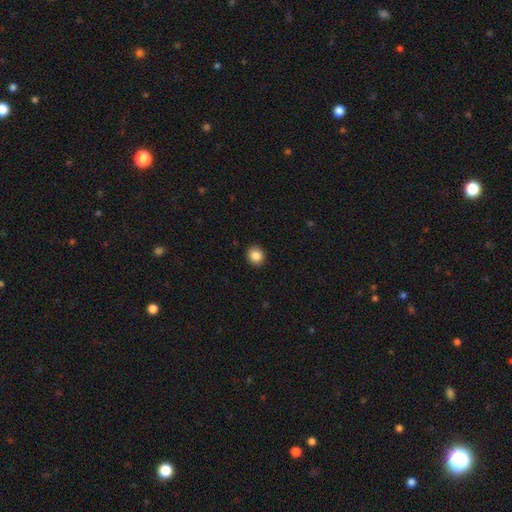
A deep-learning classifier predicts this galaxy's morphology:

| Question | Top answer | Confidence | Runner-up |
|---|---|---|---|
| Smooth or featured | smooth | 86% | star or artifact (10%) |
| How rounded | round | 85% | in between (14%) |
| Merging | none | 92% | minor disturbance (5%) |